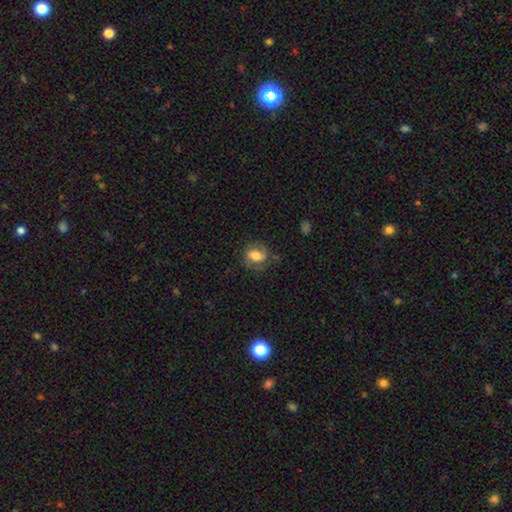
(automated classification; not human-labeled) Morphology: type=smooth (56%); roundness=in between (56%); merging=none (62%).